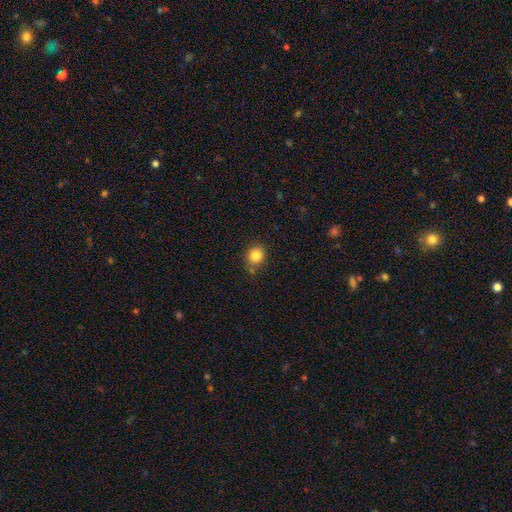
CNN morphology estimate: Smooth or featured: smooth — 85% (star or artifact — 10%)
How rounded: round — 82% (in between — 17%)
Merging: none — 75% (minor disturbance — 16%)